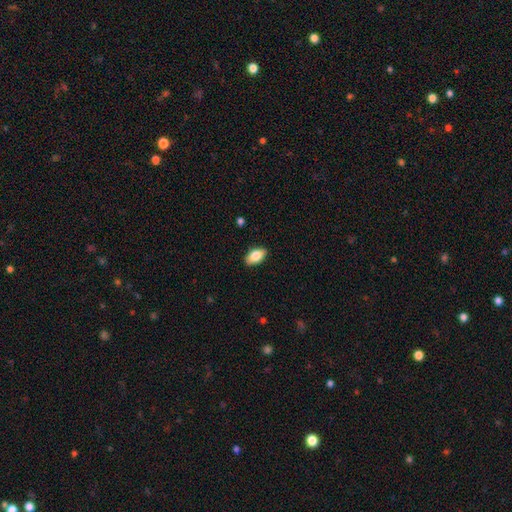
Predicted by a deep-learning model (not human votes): smooth 82%, featured or disk 11%, star or artifact 7%. Down the decision tree: how rounded — in between (93%); merging — none (89%).